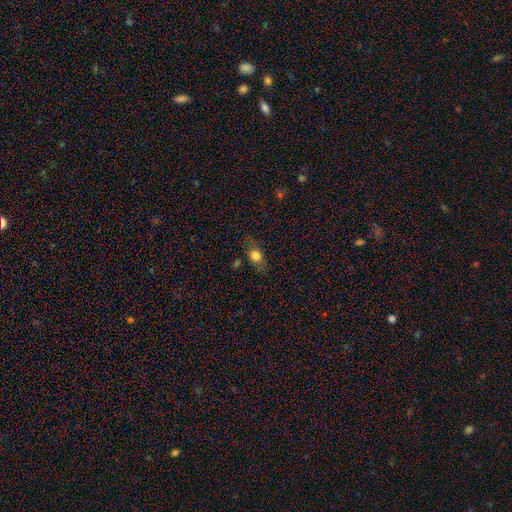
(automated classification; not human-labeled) A smooth galaxy with no disk features (71%) that is in between round and cigar-shaped (66%).

Vote fractions:
- Smooth or featured? smooth: 71% / featured or disk: 19% / star or artifact: 10%
- How rounded? in between: 66% / round: 25% / cigar-shaped: 9%
- Merging? none: 75% / minor disturbance: 17% / major disturbance: 6% / merger: 2%